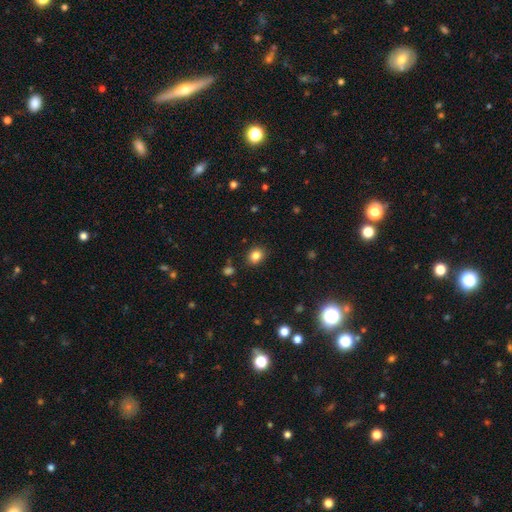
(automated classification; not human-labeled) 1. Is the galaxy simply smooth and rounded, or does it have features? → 83% smooth, 11% star or artifact, 5% featured or disk.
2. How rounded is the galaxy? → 54% round, 45% in between, 1% cigar-shaped.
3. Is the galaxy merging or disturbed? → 86% none, 9% minor disturbance, 3% major disturbance, 2% merger.